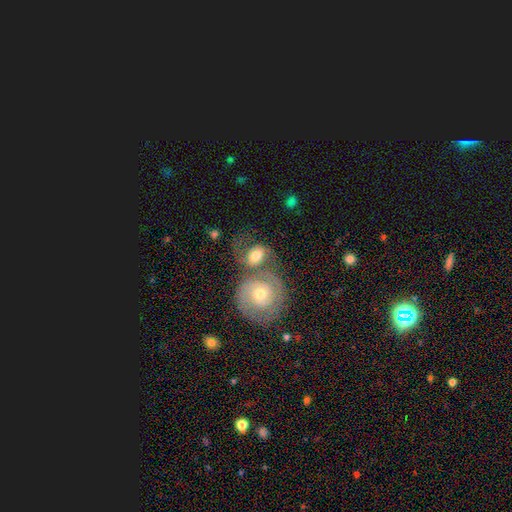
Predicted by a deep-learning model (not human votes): A featured or disk galaxy (63%) with no bar (59%), 2 (83%) medium (42%) spiral arms (89%) and a moderate central bulge (59%).

Vote fractions:
- Smooth or featured? featured or disk: 63% / smooth: 30% / star or artifact: 7%
- Edge-on disk? no: 97% / yes: 3%
- Bar? no: 59% / weak: 31% / strong: 10%
- Spiral arms? yes: 89% / no: 11%
- Spiral winding? medium: 42% / tight: 41% / loose: 17%
- Spiral arm count? 2: 83% / can't tell: 8% / 1: 4% / 3: 3% / 4: 1% / more than 4: 1%
- Bulge size? moderate: 59% / small: 28% / large: 10% / none: 2% / dominant: 2%
- Merging? merger: 46% / none: 32% / minor disturbance: 13% / major disturbance: 9%